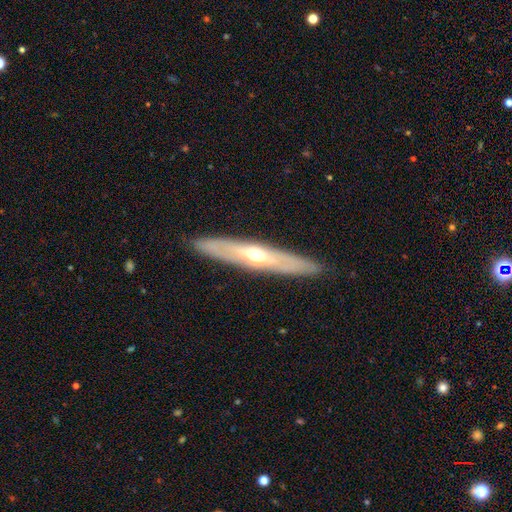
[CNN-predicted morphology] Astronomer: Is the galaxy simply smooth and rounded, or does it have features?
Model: featured or disk — 65%.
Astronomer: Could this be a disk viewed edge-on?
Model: yes — 73%.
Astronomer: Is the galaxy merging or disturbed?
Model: none — 89%.